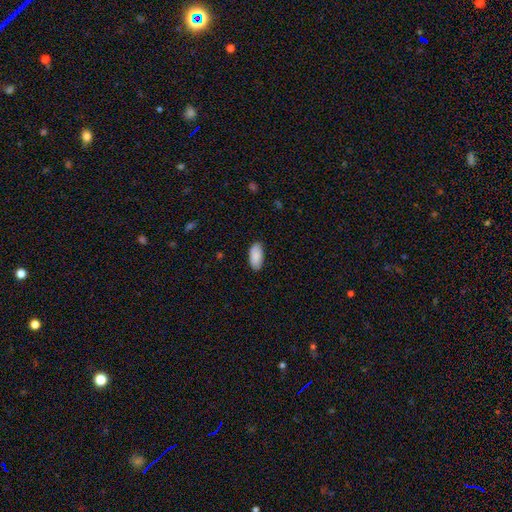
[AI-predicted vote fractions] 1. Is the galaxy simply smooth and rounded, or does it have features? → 89% smooth, 6% star or artifact, 5% featured or disk.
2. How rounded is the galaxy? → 94% in between, 4% cigar-shaped, 2% round.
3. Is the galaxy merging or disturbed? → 84% none, 13% minor disturbance, 2% major disturbance, 1% merger.